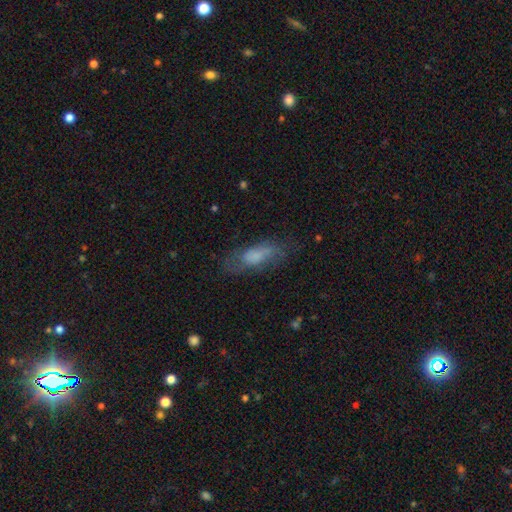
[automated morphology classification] smooth 58%, featured or disk 33%, star or artifact 9%. Down the decision tree: how rounded — in between (66%); merging — none (62%).